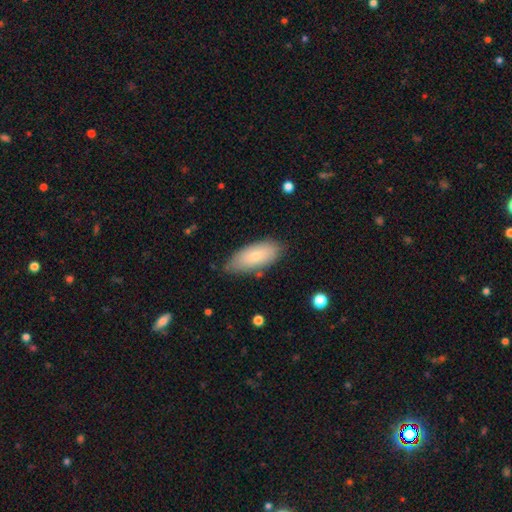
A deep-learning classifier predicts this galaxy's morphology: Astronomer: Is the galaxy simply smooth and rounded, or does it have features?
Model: smooth — 76%.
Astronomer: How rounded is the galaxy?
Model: in between — 85%.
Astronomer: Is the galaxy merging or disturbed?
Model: none — 78%.